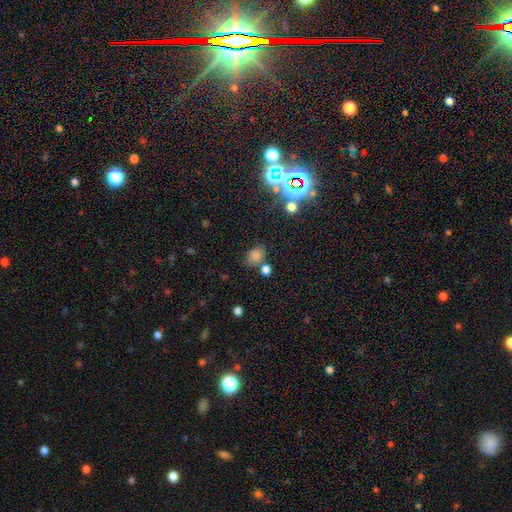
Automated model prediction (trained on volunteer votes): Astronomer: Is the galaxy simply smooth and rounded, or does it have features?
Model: smooth — 75%.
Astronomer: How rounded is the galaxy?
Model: in between — 63%.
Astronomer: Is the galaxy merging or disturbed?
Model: none — 67%.